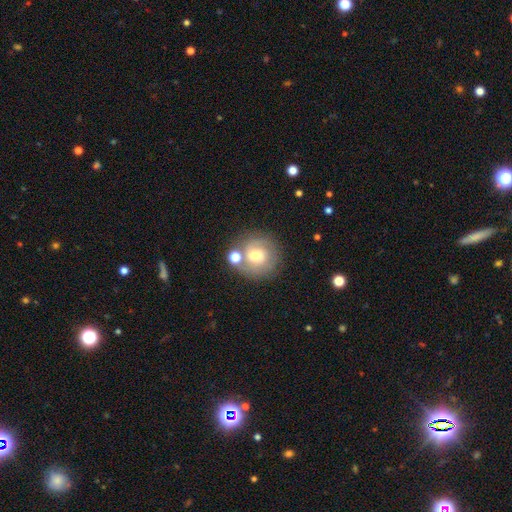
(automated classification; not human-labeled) Smooth or featured?
  - smooth: 50% *
  - featured or disk: 39%
  - star or artifact: 11%
How rounded?
  - round: 88% *
  - in between: 11%
  - cigar-shaped: 1%
Merging?
  - none: 65% *
  - merger: 15%
  - minor disturbance: 13%
  - major disturbance: 6%